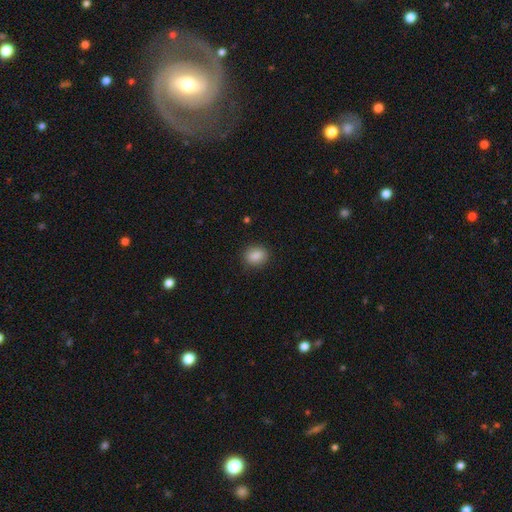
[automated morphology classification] Smooth or featured? smooth (87%)
How rounded? round (52%)
Merging? none (88%)